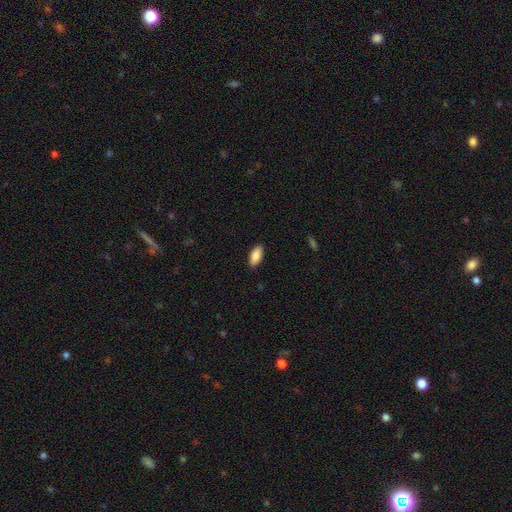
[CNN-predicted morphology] smooth_or_featured: smooth (p=0.87) [alt: featured or disk p=0.07]
how_rounded: in between (p=0.89) [alt: cigar-shaped p=0.09]
merging: none (p=0.89) [alt: minor disturbance p=0.08]